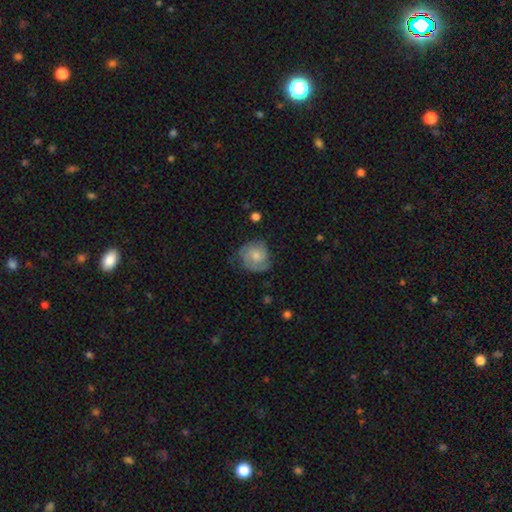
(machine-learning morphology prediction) Overall: smooth (56%; featured or disk 38%). How rounded: round (79%). Merging: none (56%; minor disturbance 29%).